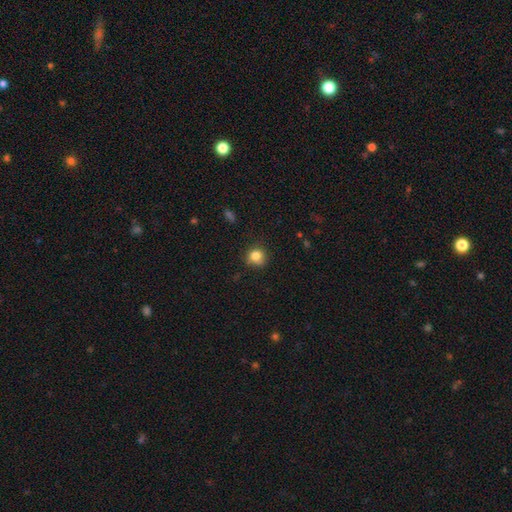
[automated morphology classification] smooth-or-featured: smooth: 82% | star or artifact: 11% | featured or disk: 7%
  how-rounded: round: 82% | in between: 17% | cigar-shaped: 1%
  merging: none: 69% | minor disturbance: 23% | major disturbance: 5% | merger: 2%